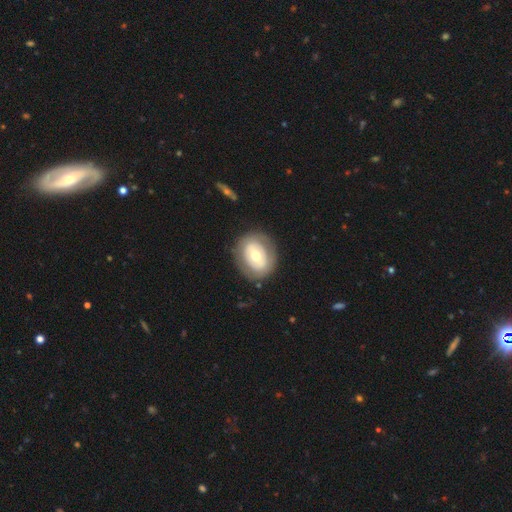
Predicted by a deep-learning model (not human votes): This is possibly a featured or disk galaxy (51%). It is clearly not viewed edge-on (94%). Merging: clearly none (80%).